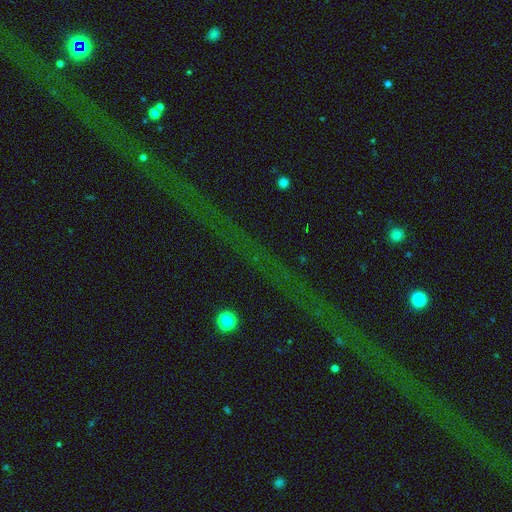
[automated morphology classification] This appears to be a star or artifact, not a galaxy (79%).